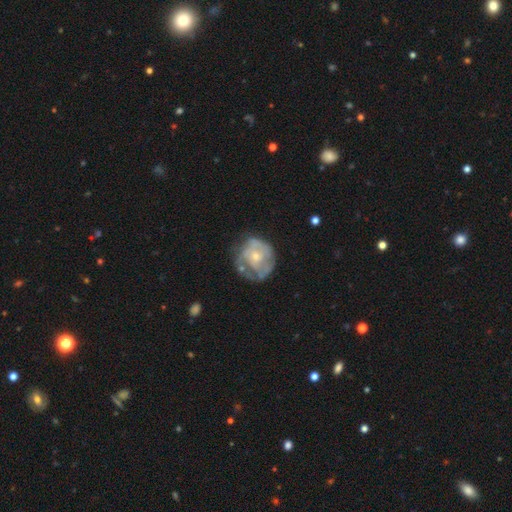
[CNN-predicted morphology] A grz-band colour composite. It shows a featured or disk galaxy (62%) with no bar (83%), no spiral arms (54%) and a small central bulge (60%). Merging: none (48%).